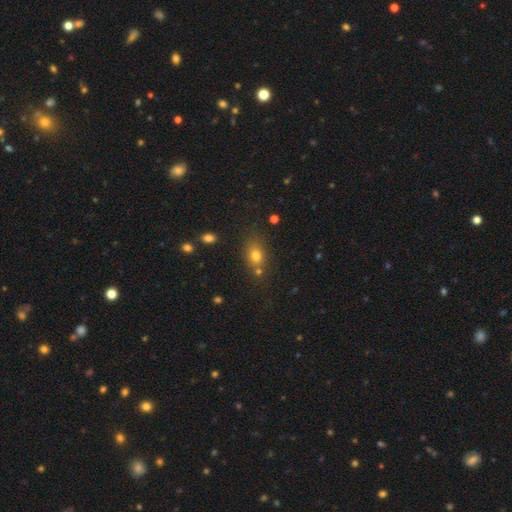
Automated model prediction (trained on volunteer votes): This is likely a smooth galaxy (73%). How rounded: possibly in between (59%). Merging: likely none (66%).